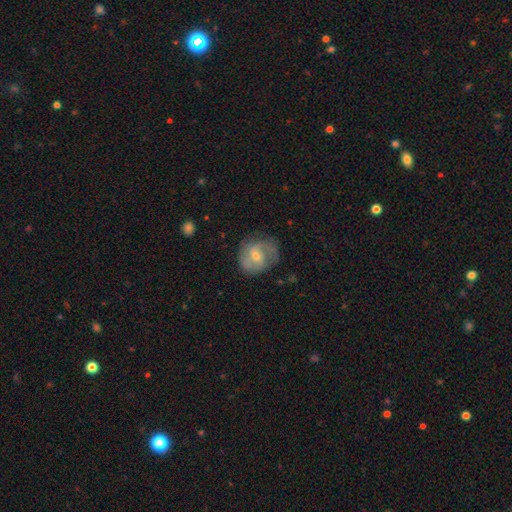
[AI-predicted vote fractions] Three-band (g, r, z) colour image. It shows a featured or disk galaxy (65%) with a weak bar (50%), 2 (63%) medium (45%) spiral arms (84%) and a small central bulge (48%, tied with moderate). Merging: none (66%).